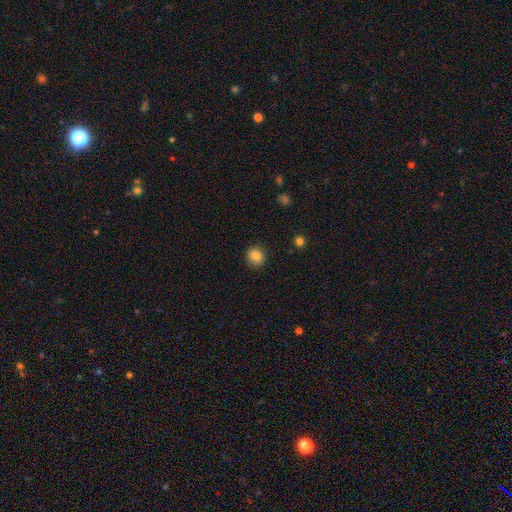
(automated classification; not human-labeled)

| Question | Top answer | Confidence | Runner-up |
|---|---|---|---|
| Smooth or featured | smooth | 84% | star or artifact (10%) |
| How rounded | round | 84% | in between (15%) |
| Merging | none | 90% | minor disturbance (7%) |